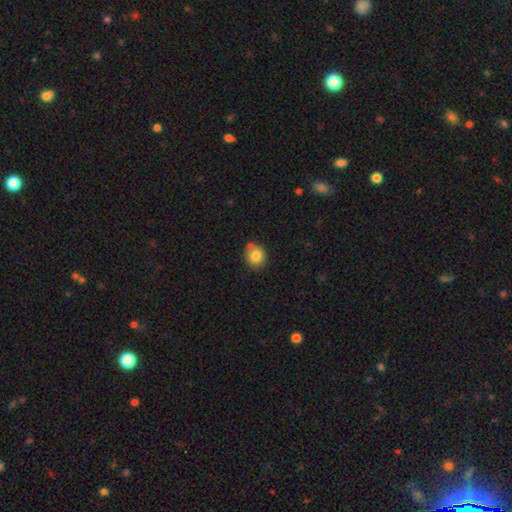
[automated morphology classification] A smooth galaxy with no disk features (81%) that is round (82%). Merging: none (69%).